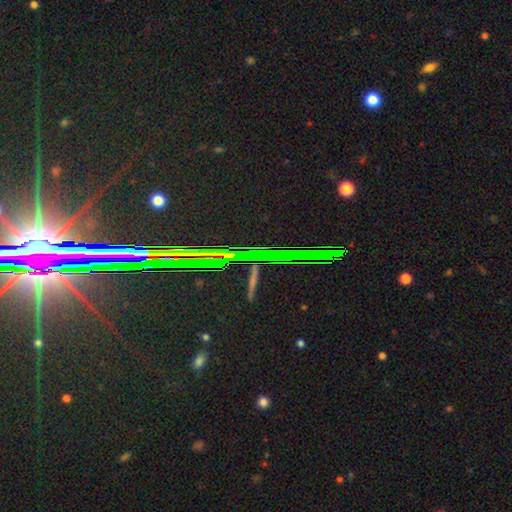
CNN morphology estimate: The model was most divided on "smooth or featured": star or artifact: 80%, featured or disk: 13%, smooth: 8%.